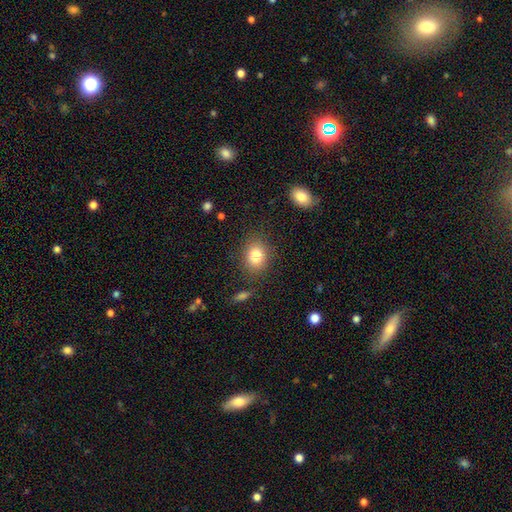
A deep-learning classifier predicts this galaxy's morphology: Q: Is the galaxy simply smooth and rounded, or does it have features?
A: smooth — 82%.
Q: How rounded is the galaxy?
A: in between — 53%.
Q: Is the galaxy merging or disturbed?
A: none — 83%.